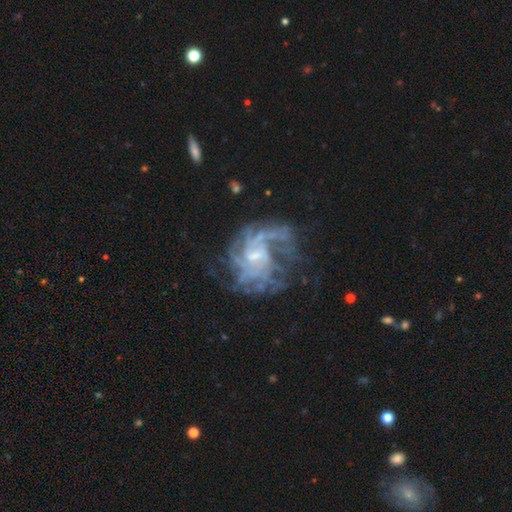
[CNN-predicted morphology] Q: Smooth or featured?
A: featured or disk (84%); runner-up: star or artifact (9%)
Q: Edge-on disk?
A: no (98%); runner-up: yes (2%)
Q: Bar?
A: no (50%); runner-up: weak (42%)
Q: Spiral arms?
A: yes (88%); runner-up: no (12%)
Q: Spiral winding?
A: medium (40%); runner-up: tight (36%)
Q: Spiral arm count?
A: can't tell (41%); runner-up: 3 (15%)
Q: Bulge size?
A: small (59%); runner-up: moderate (27%)
Q: Merging?
A: none (51%); runner-up: major disturbance (29%)